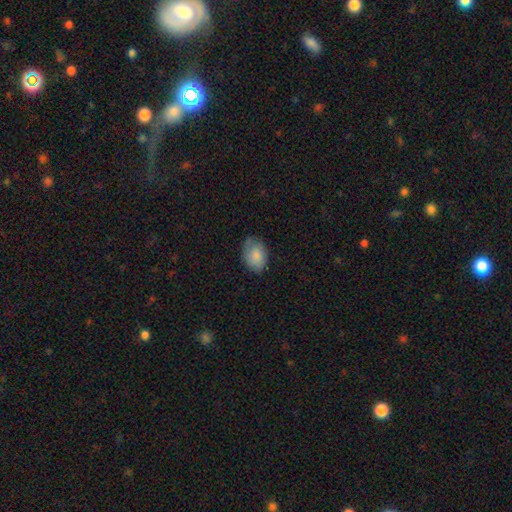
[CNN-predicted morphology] type=smooth (82%); roundness=in between (79%); merging=none (68%).